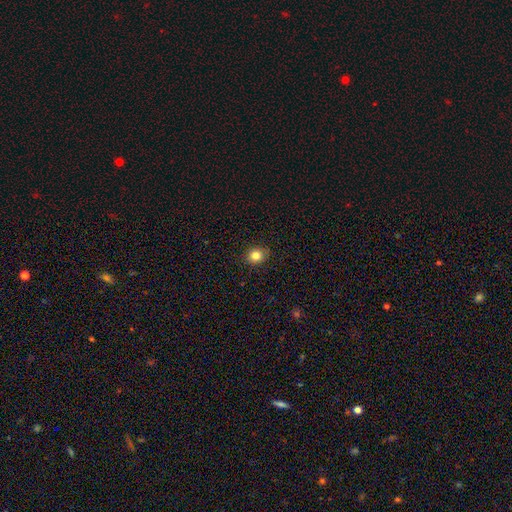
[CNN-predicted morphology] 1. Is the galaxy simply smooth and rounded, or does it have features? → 83% smooth, 11% star or artifact, 6% featured or disk.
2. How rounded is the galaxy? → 74% round, 26% in between, 1% cigar-shaped.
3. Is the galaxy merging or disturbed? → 89% none, 8% minor disturbance, 2% major disturbance, 1% merger.